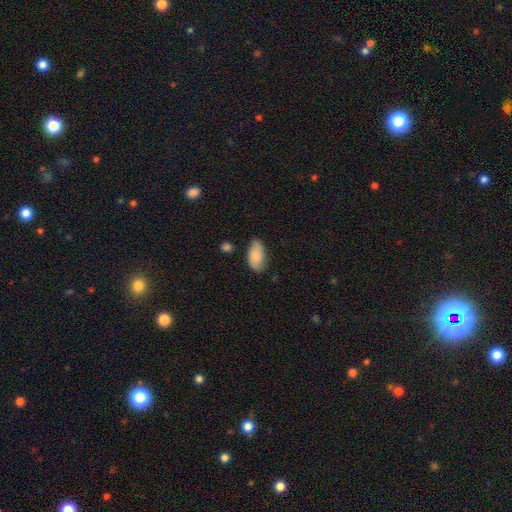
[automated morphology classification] Overall: smooth (84%). How rounded: in between (94%). Merging: none (73%).